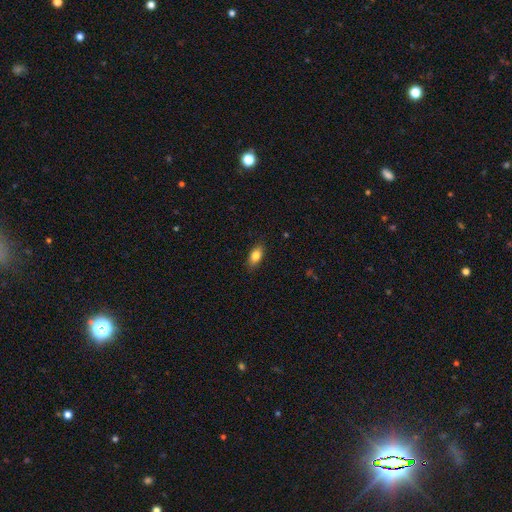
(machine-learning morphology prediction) Smooth or featured? Predicted: smooth (p=0.82). How rounded? Predicted: in between (p=0.86). Merging? Predicted: none (p=0.85).